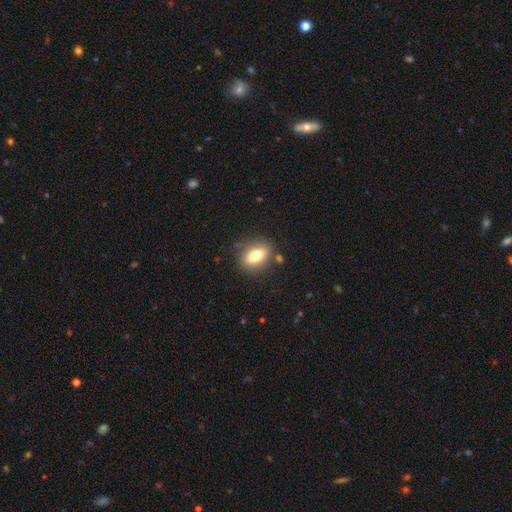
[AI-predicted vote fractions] A smooth galaxy with no disk features (79%) that is in between round and cigar-shaped (81%).

Vote fractions:
- Smooth or featured? smooth: 79% / featured or disk: 13% / star or artifact: 8%
- How rounded? in between: 81% / round: 15% / cigar-shaped: 4%
- Merging? none: 80% / minor disturbance: 12% / merger: 4% / major disturbance: 4%